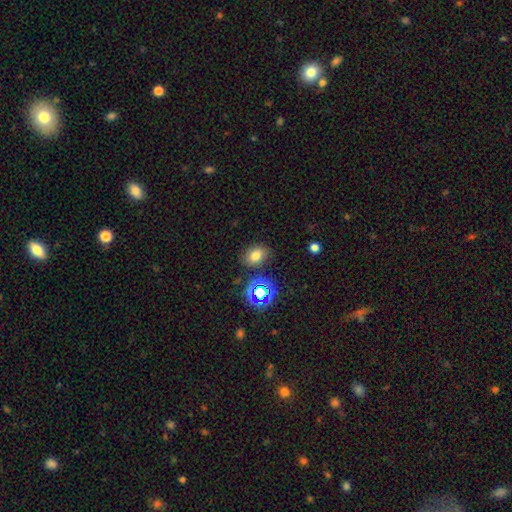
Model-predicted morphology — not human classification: Smooth or featured? Predicted: smooth (p=0.70). How rounded? Predicted: in between (p=0.61). Merging? Predicted: none (p=0.81).